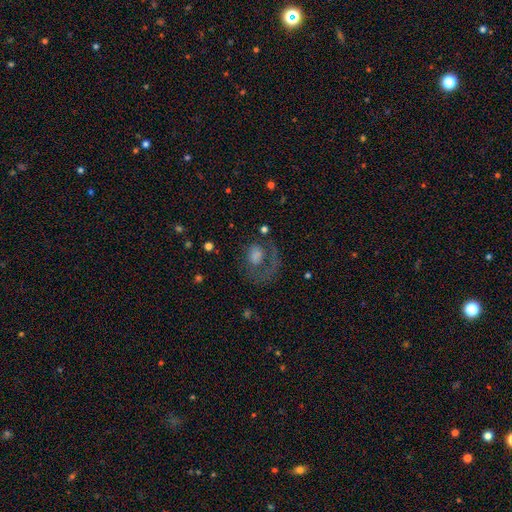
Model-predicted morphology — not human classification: Smooth or featured? Predicted: featured or disk (p=0.43). Merging? Predicted: none (p=0.43).